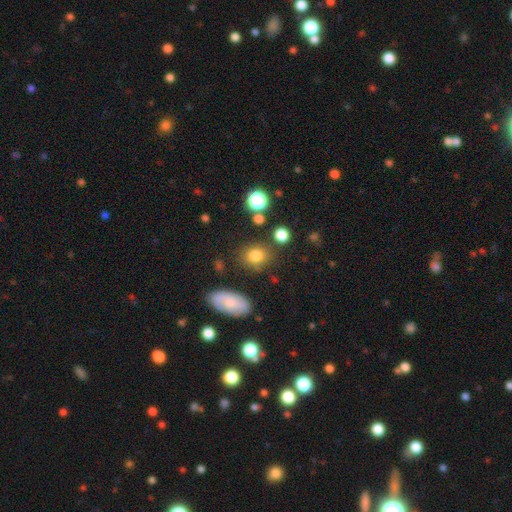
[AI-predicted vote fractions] This appears to be a smooth galaxy with no disk features (81%) that is round (58%). Merging: none (78%).